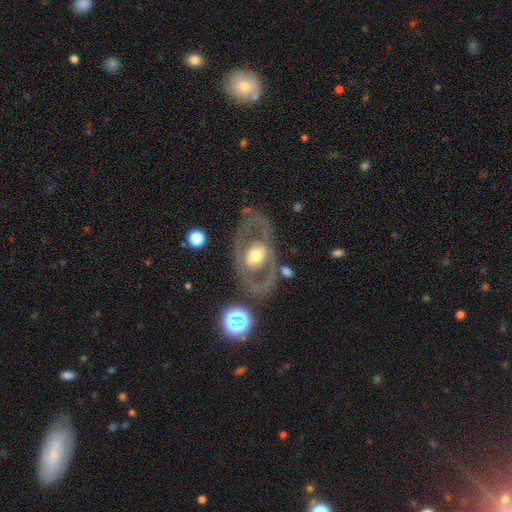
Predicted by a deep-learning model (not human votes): Smooth or featured?
  - featured or disk: 71% *
  - smooth: 23%
  - star or artifact: 6%
Edge-on disk?
  - no: 92% *
  - yes: 8%
Bar?
  - no: 69% *
  - weak: 20%
  - strong: 11%
Spiral arms?
  - no: 70% *
  - yes: 30%
Bulge size?
  - moderate: 65% *
  - large: 23%
  - small: 9%
  - dominant: 2%
  - none: 1%
Merging?
  - none: 72% *
  - minor disturbance: 14%
  - major disturbance: 11%
  - merger: 4%